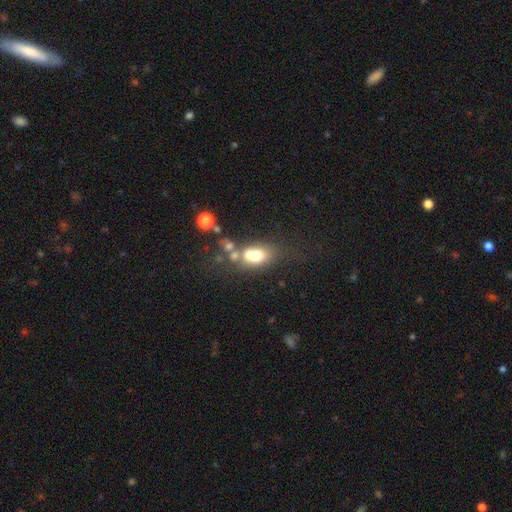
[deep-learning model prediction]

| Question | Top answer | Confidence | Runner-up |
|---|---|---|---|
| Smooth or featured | smooth | 65% | featured or disk (23%) |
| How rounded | in between | 71% | round (26%) |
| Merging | merger | 42% | none (34%) |